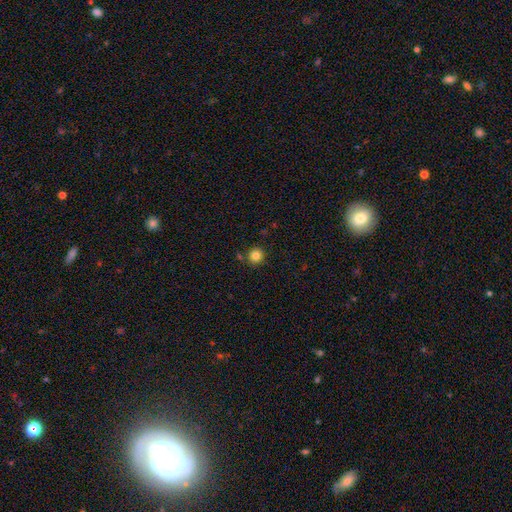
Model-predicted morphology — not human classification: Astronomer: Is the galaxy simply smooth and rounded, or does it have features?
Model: smooth — 83%.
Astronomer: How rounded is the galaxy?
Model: round — 93%.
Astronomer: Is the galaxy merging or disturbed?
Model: none — 85%.